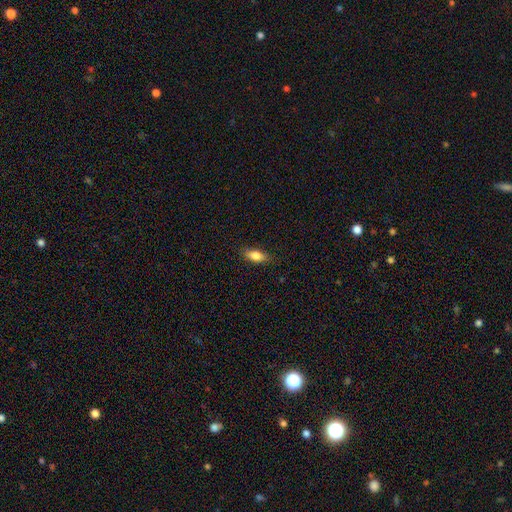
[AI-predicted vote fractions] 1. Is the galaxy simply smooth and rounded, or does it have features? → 82% smooth, 10% featured or disk, 7% star or artifact.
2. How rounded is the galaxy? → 79% in between, 17% cigar-shaped, 4% round.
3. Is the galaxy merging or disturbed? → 84% none, 12% minor disturbance, 3% major disturbance, 1% merger.